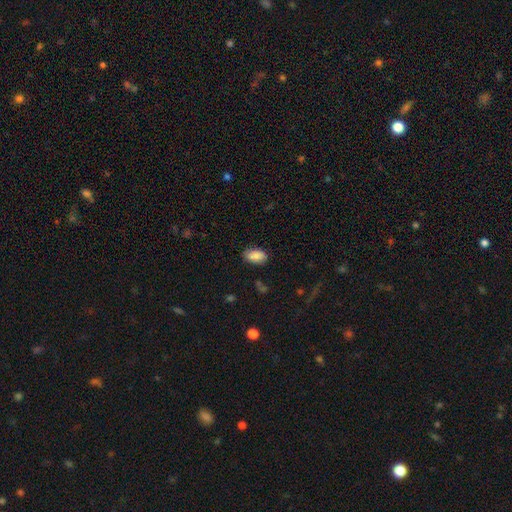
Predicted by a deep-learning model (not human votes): A smooth galaxy with no disk features (88%) that is in between round and cigar-shaped (94%).

Vote fractions:
- Smooth or featured? smooth: 88% / star or artifact: 7% / featured or disk: 5%
- How rounded? in between: 94% / round: 4% / cigar-shaped: 2%
- Merging? none: 83% / minor disturbance: 13% / major disturbance: 3% / merger: 1%